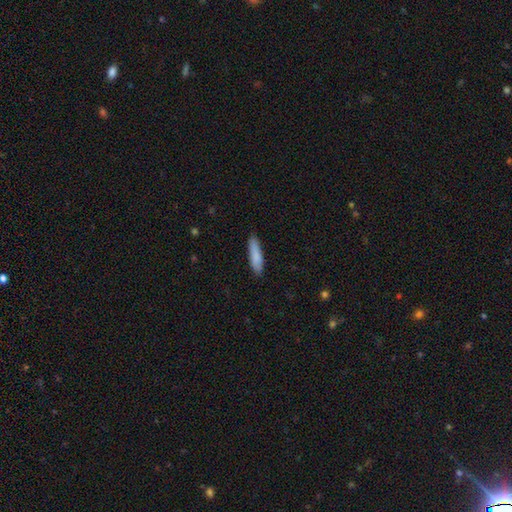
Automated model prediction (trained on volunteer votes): Smooth or featured: smooth — 85% (featured or disk — 9%)
How rounded: cigar-shaped — 74% (in between — 25%)
Merging: none — 86% (minor disturbance — 11%)